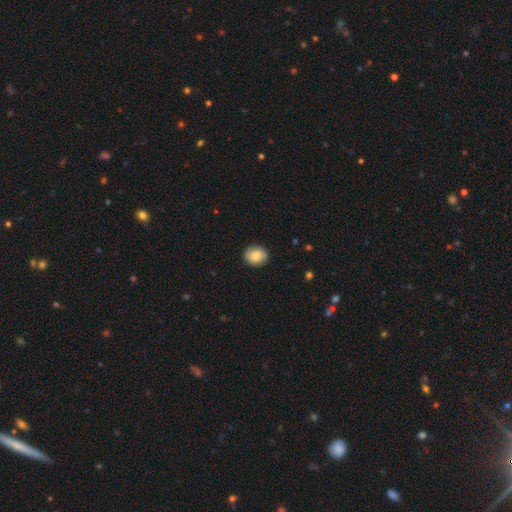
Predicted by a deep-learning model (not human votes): Smooth or featured? Predicted: smooth (p=0.85). How rounded? Predicted: round (p=0.65). Merging? Predicted: none (p=0.89).